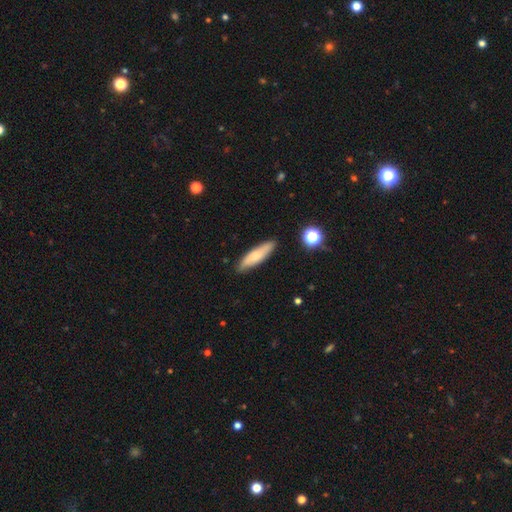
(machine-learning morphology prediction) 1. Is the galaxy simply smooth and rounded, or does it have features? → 67% smooth, 27% featured or disk, 7% star or artifact.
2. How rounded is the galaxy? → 66% cigar-shaped, 32% in between, 2% round.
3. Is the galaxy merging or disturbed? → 85% none, 11% minor disturbance, 2% major disturbance, 2% merger.